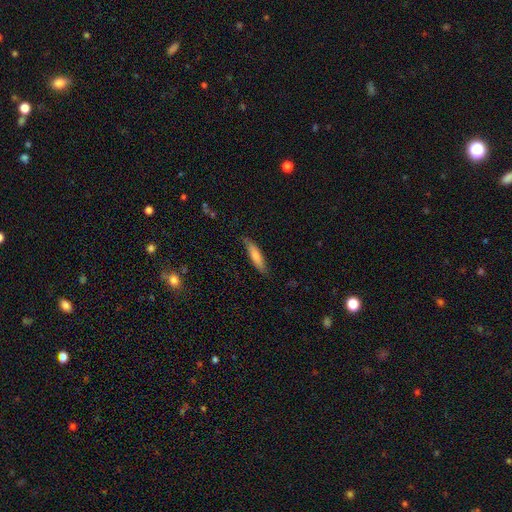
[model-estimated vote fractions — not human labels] Smooth or featured? smooth (71%)
How rounded? cigar-shaped (78%)
Merging? none (80%)